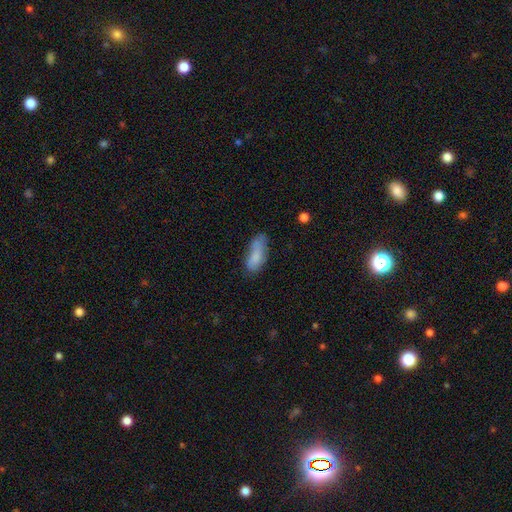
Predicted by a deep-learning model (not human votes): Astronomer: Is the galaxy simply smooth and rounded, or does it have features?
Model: smooth — 79%.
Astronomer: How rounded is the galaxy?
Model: in between — 73%.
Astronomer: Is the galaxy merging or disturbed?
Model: none — 54% (runner-up: minor disturbance, 32%).